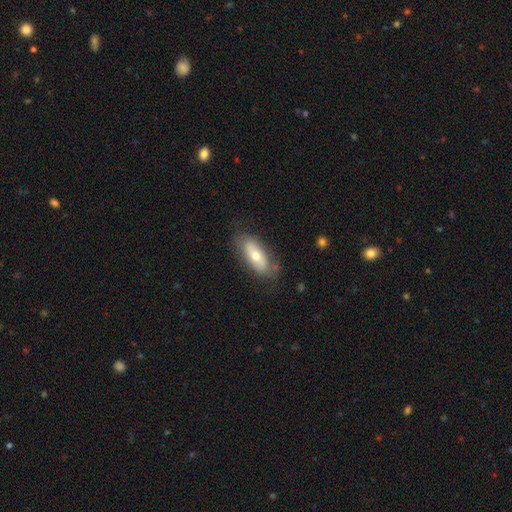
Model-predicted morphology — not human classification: This is possibly a smooth galaxy (60%). How rounded: likely in between (78%). Merging: likely none (77%).